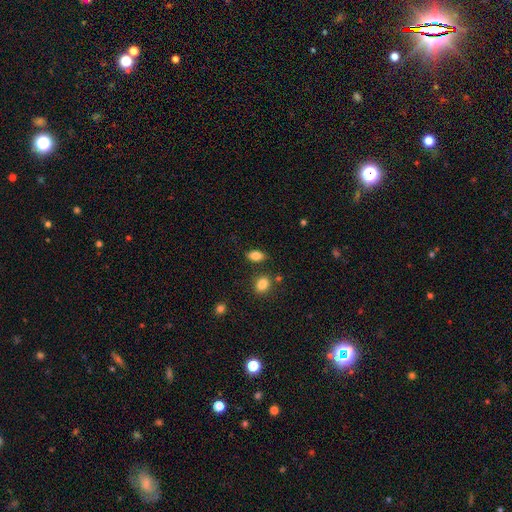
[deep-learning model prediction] This is clearly a smooth galaxy (82%). How rounded: clearly in between (87%). Merging: clearly none (81%).